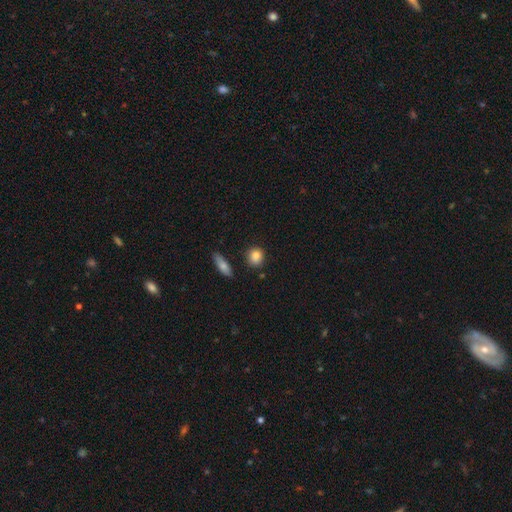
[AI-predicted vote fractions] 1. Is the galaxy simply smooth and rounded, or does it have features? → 85% smooth, 8% star or artifact, 7% featured or disk.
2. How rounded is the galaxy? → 76% round, 21% in between, 3% cigar-shaped.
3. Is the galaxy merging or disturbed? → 83% none, 11% minor disturbance, 4% merger, 2% major disturbance.